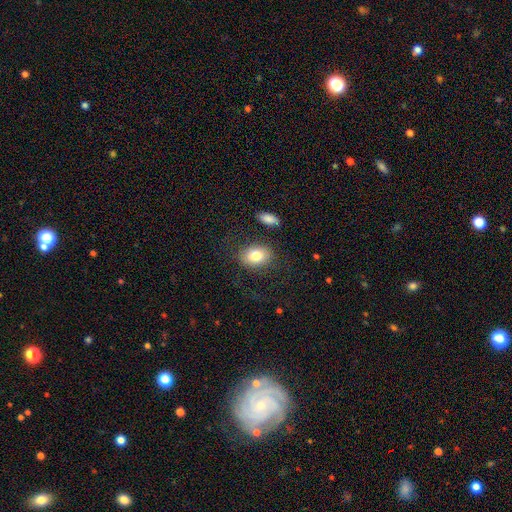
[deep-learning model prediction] A smooth galaxy with no disk features (80%) that is in between round and cigar-shaped (70%). Merging: none (75%).